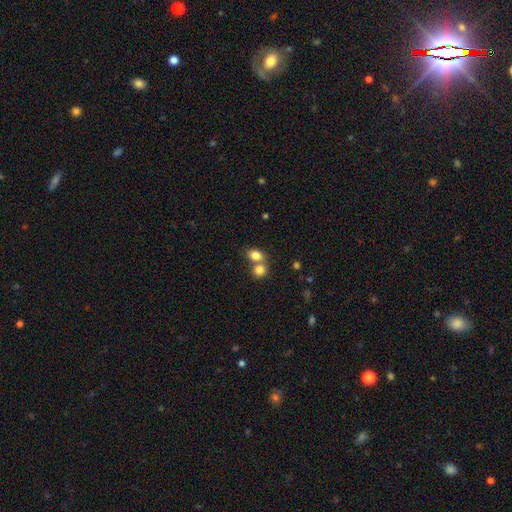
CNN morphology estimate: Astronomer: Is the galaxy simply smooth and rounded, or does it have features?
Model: smooth — 81%.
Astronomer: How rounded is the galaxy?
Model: in between — 55% (runner-up: round, 44%).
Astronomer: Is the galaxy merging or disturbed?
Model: merger — 51% (runner-up: none, 39%).